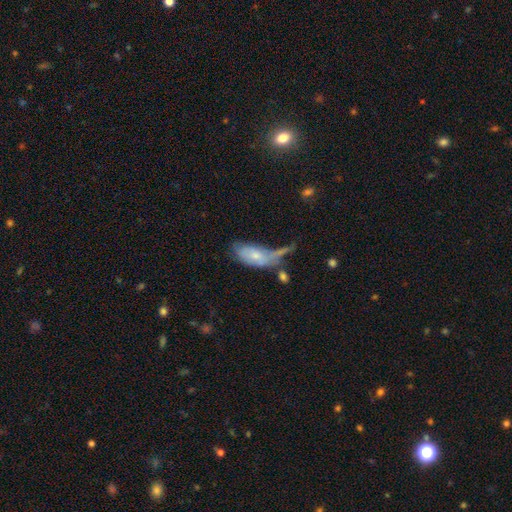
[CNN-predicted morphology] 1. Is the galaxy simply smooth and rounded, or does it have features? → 63% smooth, 30% featured or disk, 8% star or artifact.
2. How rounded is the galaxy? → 88% in between, 9% cigar-shaped, 3% round.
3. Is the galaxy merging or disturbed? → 28% major disturbance, 26% minor disturbance, 25% none, 21% merger.